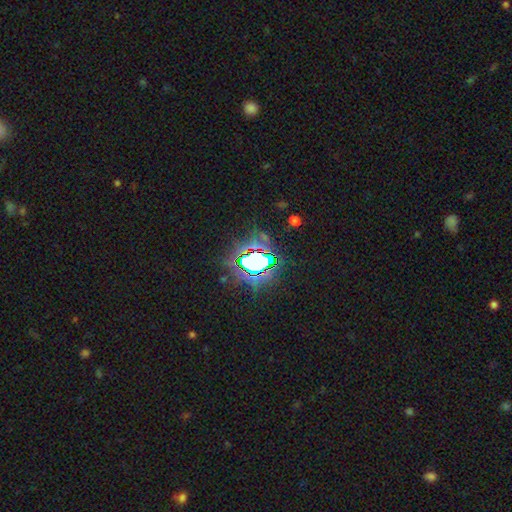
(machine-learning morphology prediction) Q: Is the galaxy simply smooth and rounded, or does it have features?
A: star or artifact — 72%.